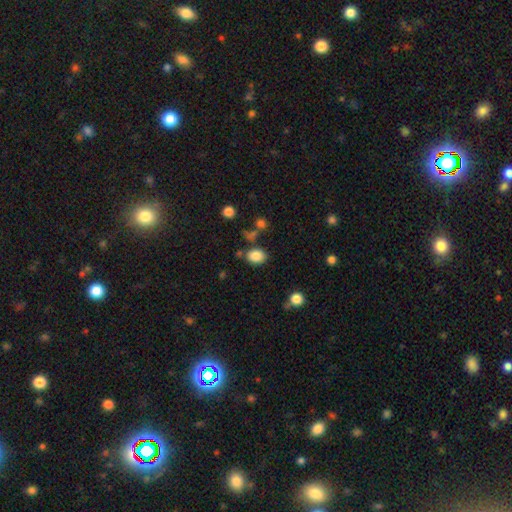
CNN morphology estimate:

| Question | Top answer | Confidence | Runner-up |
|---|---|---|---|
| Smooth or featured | smooth | 84% | star or artifact (10%) |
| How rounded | in between | 61% | round (38%) |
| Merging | none | 75% | minor disturbance (13%) |